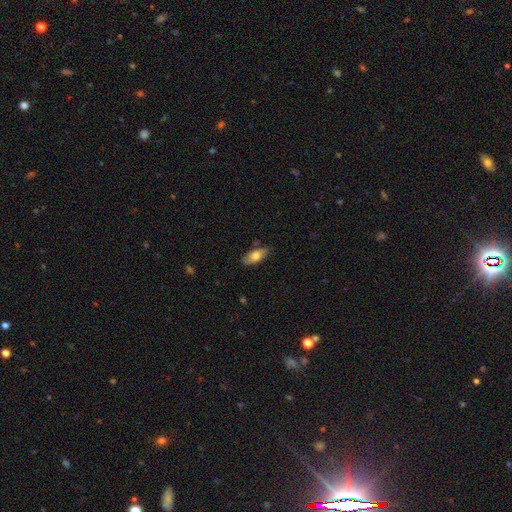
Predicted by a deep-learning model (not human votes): This is likely a smooth galaxy (71%). How rounded: clearly in between (83%). Merging: clearly none (80%).